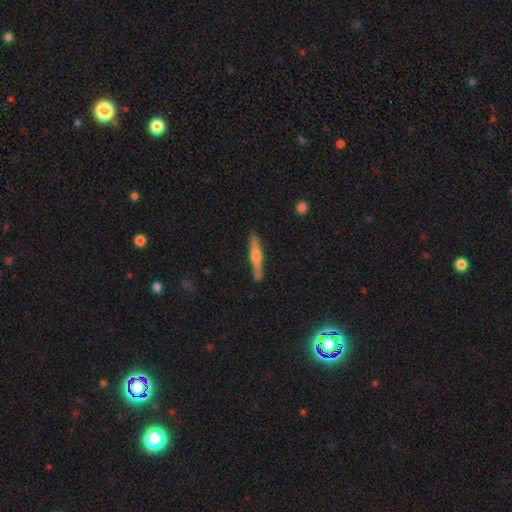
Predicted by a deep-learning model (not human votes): Q: Smooth or featured?
A: featured or disk (66%); runner-up: smooth (27%)
Q: Edge-on disk?
A: yes (97%); runner-up: no (3%)
Q: Edge-on bulge?
A: rounded (84%); runner-up: boxy (9%)
Q: Merging?
A: none (87%); runner-up: minor disturbance (9%)